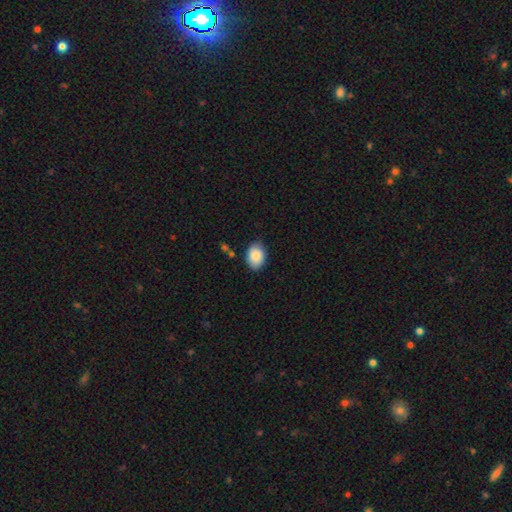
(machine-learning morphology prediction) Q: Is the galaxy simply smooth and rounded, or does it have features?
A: smooth — 85%.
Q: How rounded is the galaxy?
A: in between — 80%.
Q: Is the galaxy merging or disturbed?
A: none — 78%.